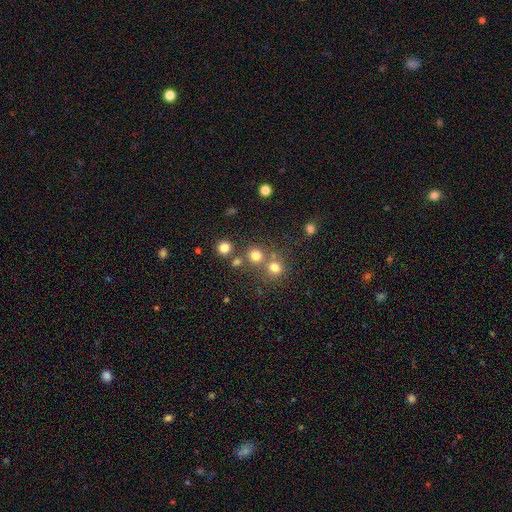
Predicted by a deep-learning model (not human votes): Overall: smooth (76%). How rounded: round (89%). Merging: none (67%).